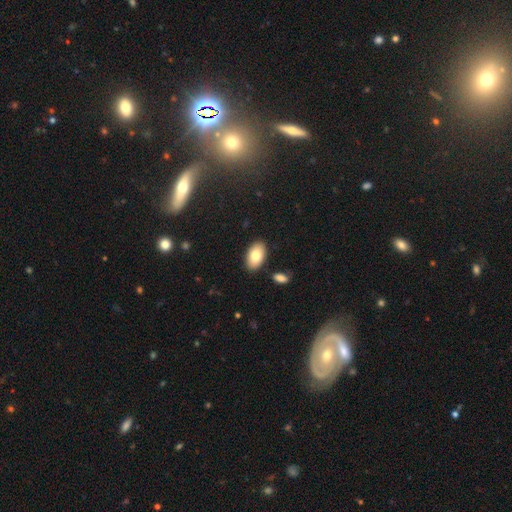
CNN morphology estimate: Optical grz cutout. It shows a smooth galaxy with no disk features (80%) that is in between round and cigar-shaped (94%). Merging: none (87%).